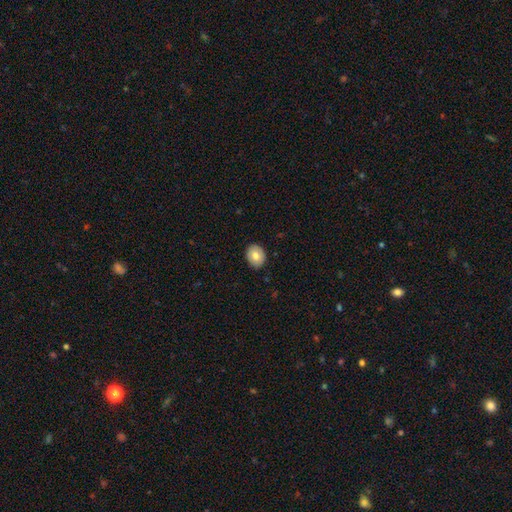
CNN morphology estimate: Smooth or featured: smooth — 74% (featured or disk — 18%)
How rounded: round — 52% (in between — 47%)
Merging: none — 89% (minor disturbance — 8%)